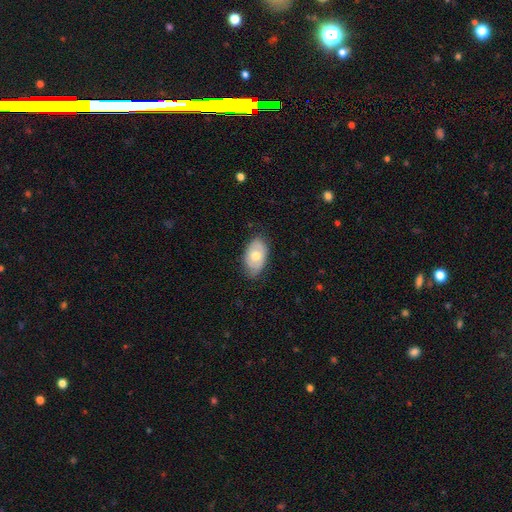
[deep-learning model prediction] This is possibly a smooth galaxy (60%). How rounded: clearly in between (91%). Merging: likely none (75%).